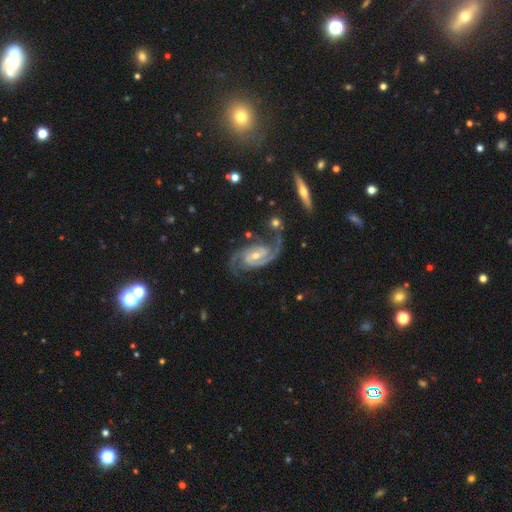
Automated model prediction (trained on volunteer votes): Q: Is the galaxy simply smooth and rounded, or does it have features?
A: featured or disk — 92%.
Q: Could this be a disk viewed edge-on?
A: no — 97%.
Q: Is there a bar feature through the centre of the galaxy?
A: weak — 42%.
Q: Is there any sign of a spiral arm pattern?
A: yes — 99%.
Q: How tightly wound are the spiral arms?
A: medium — 54%.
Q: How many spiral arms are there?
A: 2 — 88%.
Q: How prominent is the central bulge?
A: small — 51%.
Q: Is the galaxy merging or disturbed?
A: none — 73%.